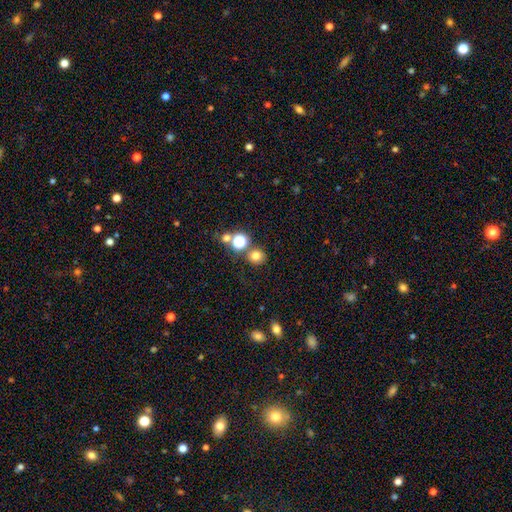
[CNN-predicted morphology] Smooth or featured: smooth — 75% (star or artifact — 18%)
How rounded: round — 88% (in between — 11%)
Merging: none — 75% (merger — 13%)